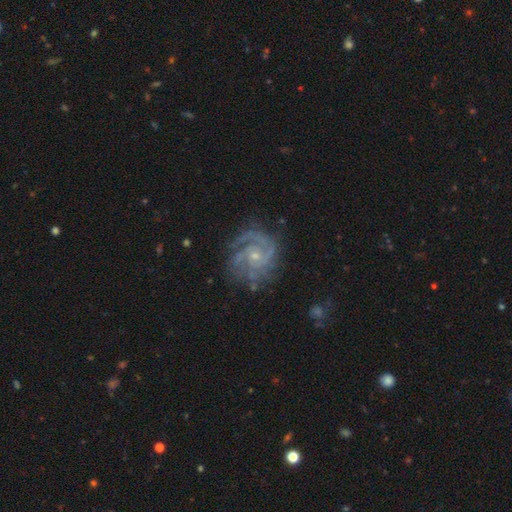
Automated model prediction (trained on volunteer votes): smooth_or_featured: featured or disk (p=0.89) [alt: star or artifact p=0.06]
disk_edge_on: no (p=0.98) [alt: yes p=0.02]
bar: no (p=0.72) [alt: weak p=0.24]
has_spiral_arms: yes (p=0.97) [alt: no p=0.03]
spiral_winding: tight (p=0.57) [alt: medium p=0.36]
spiral_arm_count: 3 (p=0.34) [alt: 2 p=0.29]
bulge_size: small (p=0.72) [alt: moderate p=0.24]
merging: none (p=0.70) [alt: minor disturbance p=0.19]